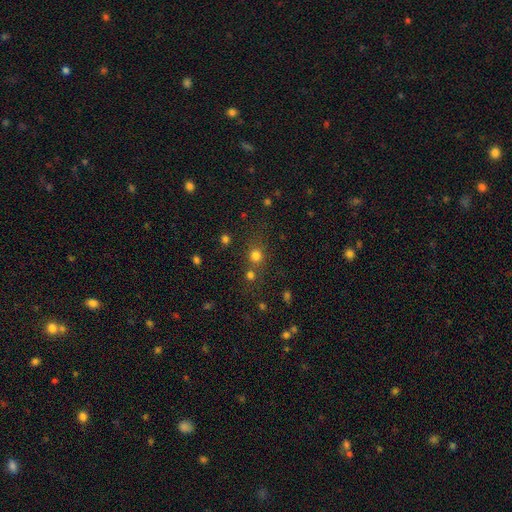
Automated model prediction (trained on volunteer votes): A smooth galaxy with no disk features (74%) that is round (88%). Merging: none (63%).